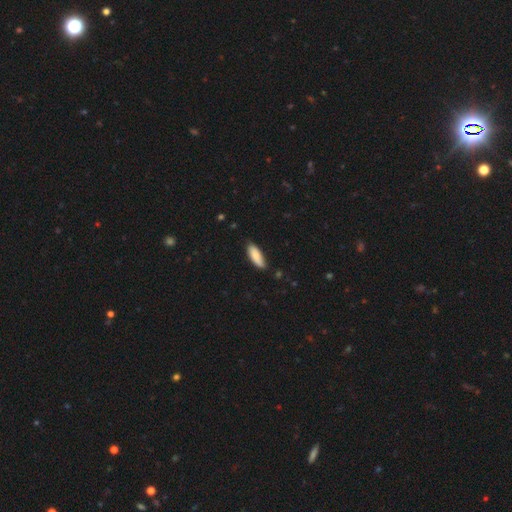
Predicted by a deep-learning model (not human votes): This is clearly a smooth galaxy (83%). How rounded: likely in between (63%). Merging: likely none (76%).